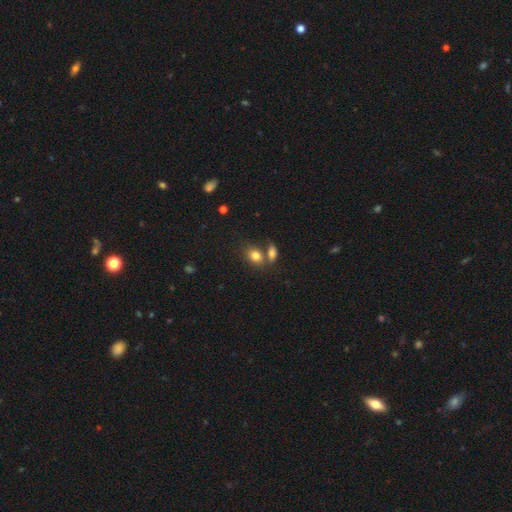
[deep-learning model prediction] Morphology: type=smooth (81%); roundness=in between (68%); merging=none (50%).